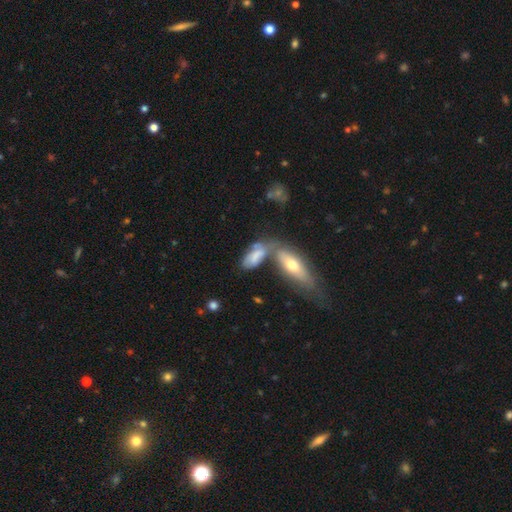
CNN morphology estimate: Smooth or featured: smooth — 65% (featured or disk — 27%)
How rounded: in between — 79% (cigar-shaped — 18%)
Merging: merger — 45% (none — 31%)